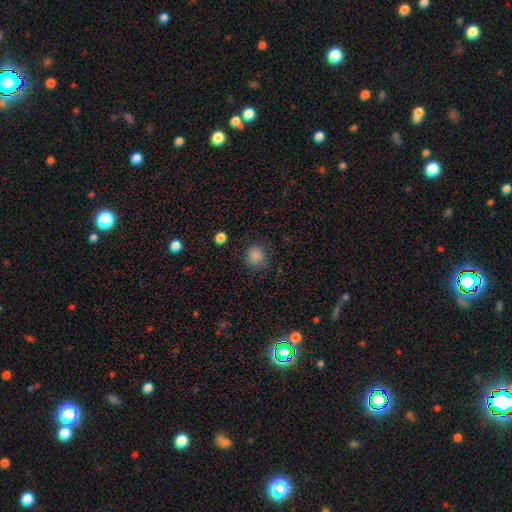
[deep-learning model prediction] The model was most divided on "how rounded": round: 85%, in between: 14%, cigar-shaped: 1%. More confident: smooth or featured — smooth (84%); merging — none (83%).